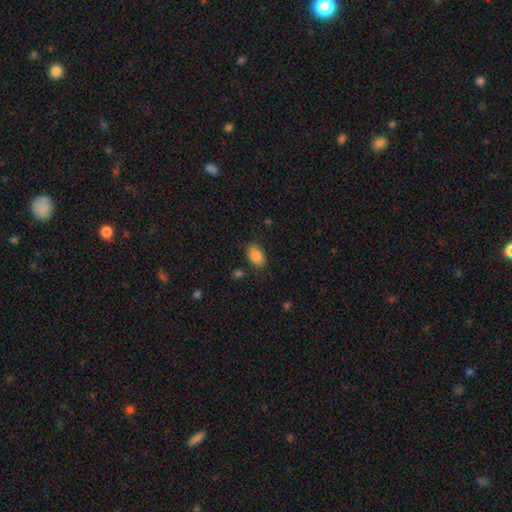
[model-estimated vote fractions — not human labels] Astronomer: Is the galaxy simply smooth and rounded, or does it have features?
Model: smooth — 88%.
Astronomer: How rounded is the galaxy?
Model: in between — 90%.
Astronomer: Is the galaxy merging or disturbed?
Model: none — 82%.